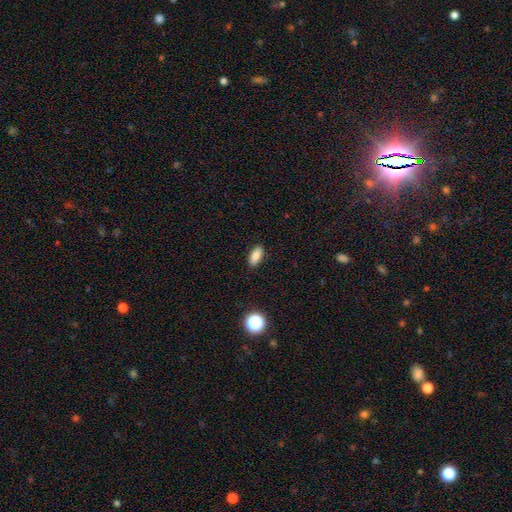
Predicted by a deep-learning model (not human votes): Smooth or featured? Predicted: smooth (p=0.85). How rounded? Predicted: in between (p=0.86). Merging? Predicted: none (p=0.89).